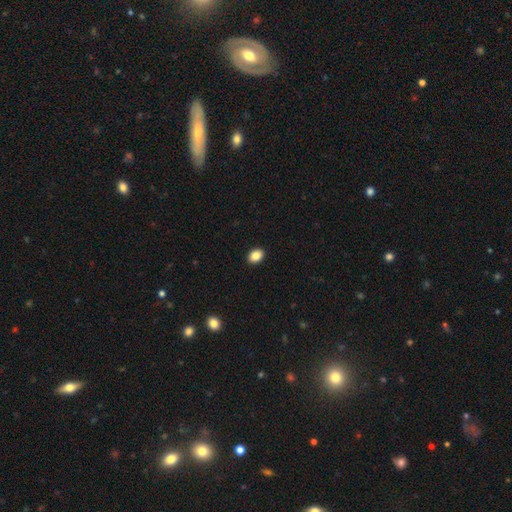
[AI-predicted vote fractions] Q: Smooth or featured?
A: smooth (88%); runner-up: star or artifact (8%)
Q: How rounded?
A: in between (74%); runner-up: round (25%)
Q: Merging?
A: none (91%); runner-up: minor disturbance (6%)